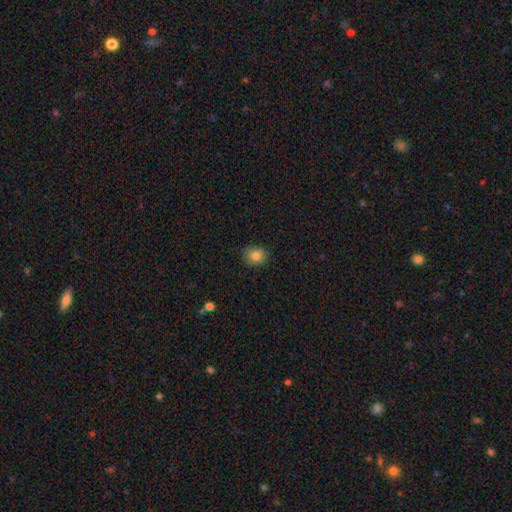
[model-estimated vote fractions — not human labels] Q: Smooth or featured?
A: smooth (84%); runner-up: star or artifact (11%)
Q: How rounded?
A: round (64%); runner-up: in between (35%)
Q: Merging?
A: none (84%); runner-up: minor disturbance (13%)